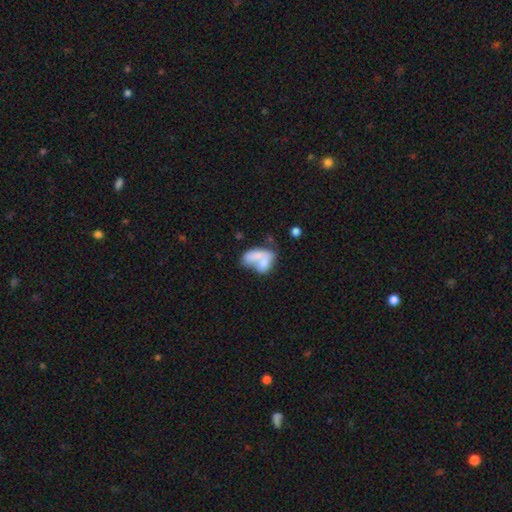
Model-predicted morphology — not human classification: A smooth galaxy with no disk features (68%) that is in between round and cigar-shaped (85%).

Vote fractions:
- Smooth or featured? smooth: 68% / featured or disk: 25% / star or artifact: 7%
- How rounded? in between: 85% / round: 11% / cigar-shaped: 4%
- Merging? merger: 64% / none: 17% / major disturbance: 10% / minor disturbance: 9%